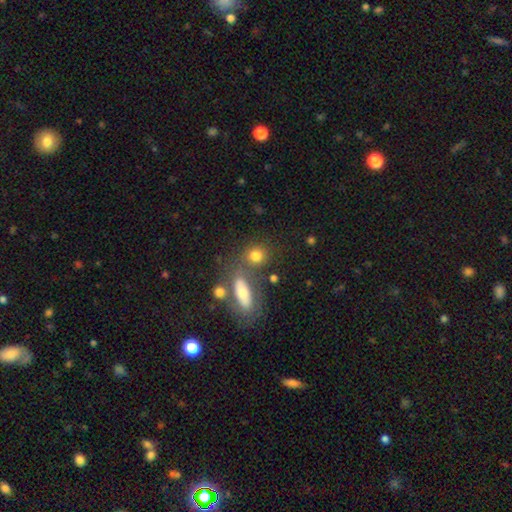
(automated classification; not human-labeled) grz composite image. It shows a smooth galaxy with no disk features (77%) that is round (71%). Merging: none (60%).